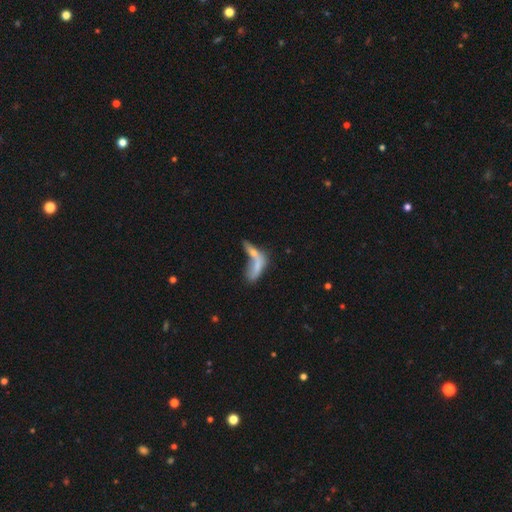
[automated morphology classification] smooth 60%, featured or disk 29%, star or artifact 11%. Down the decision tree: how rounded — in between (49%); merging — merger (57%).